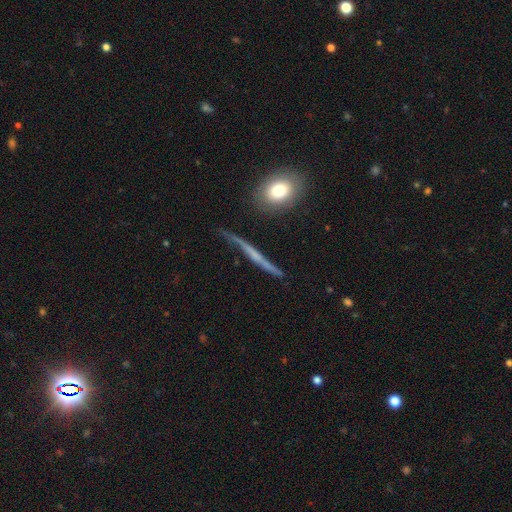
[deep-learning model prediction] This appears to be a featured or disk galaxy (65%) viewed edge-on (91%) with no central bulge (71%). Merging: none (78%).